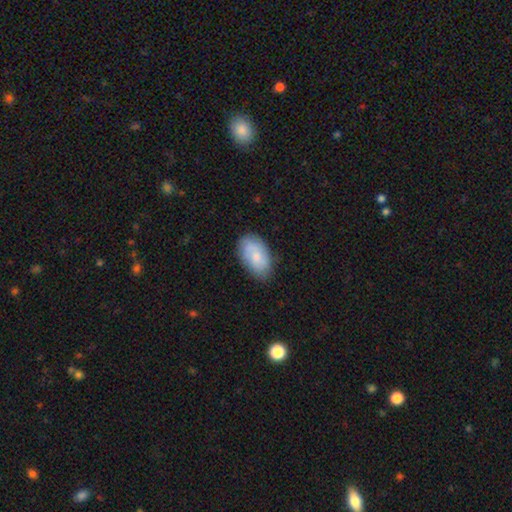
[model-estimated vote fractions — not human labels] This is likely a smooth galaxy (66%). How rounded: clearly in between (93%). Merging: likely none (76%).